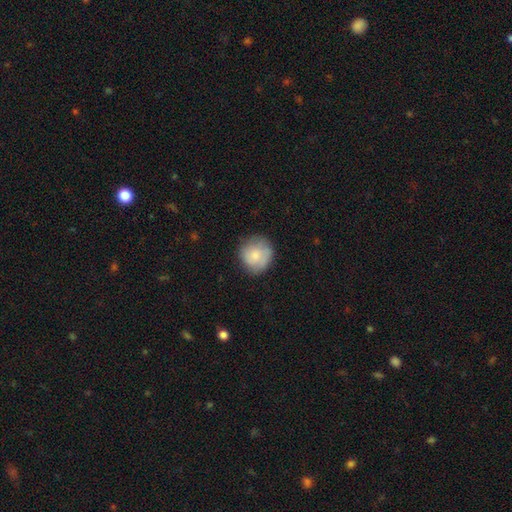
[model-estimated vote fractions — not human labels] This is likely a smooth galaxy (78%). How rounded: clearly round (89%). Merging: likely none (74%).